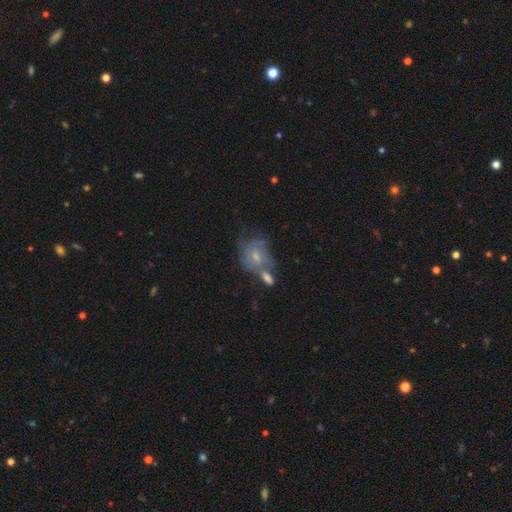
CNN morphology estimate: Q: Smooth or featured?
A: featured or disk (54%); runner-up: smooth (38%)
Q: Edge-on disk?
A: no (96%); runner-up: yes (4%)
Q: Bar?
A: no (74%); runner-up: weak (23%)
Q: Spiral arms?
A: yes (65%); runner-up: no (35%)
Q: Bulge size?
A: small (49%); runner-up: moderate (42%)
Q: Merging?
A: merger (39%); runner-up: none (27%)